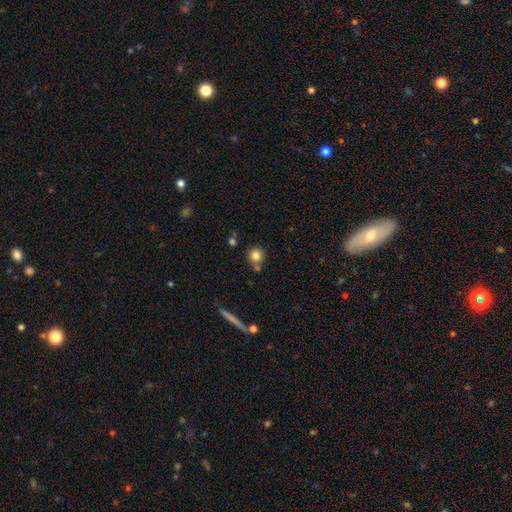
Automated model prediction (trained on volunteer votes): Morphology: type=smooth (80%); roundness=round (91%); merging=none (71%).